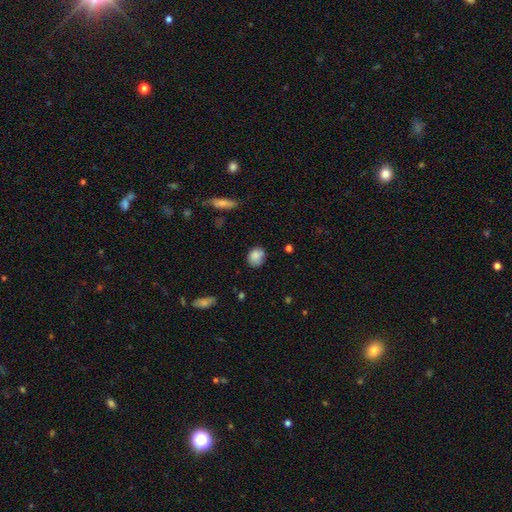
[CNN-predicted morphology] Smooth or featured? Predicted: smooth (p=0.82). How rounded? Predicted: in between (p=0.54). Merging? Predicted: none (p=0.64).